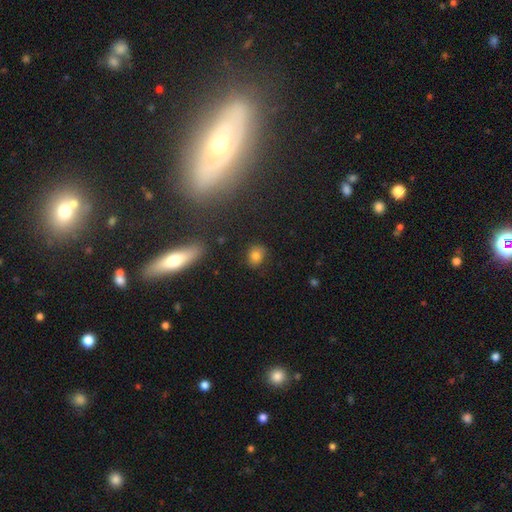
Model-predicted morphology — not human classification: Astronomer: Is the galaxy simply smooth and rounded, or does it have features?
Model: smooth — 80%.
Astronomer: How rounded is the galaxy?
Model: round — 59% (runner-up: in between, 40%).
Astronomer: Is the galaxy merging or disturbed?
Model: none — 82%.